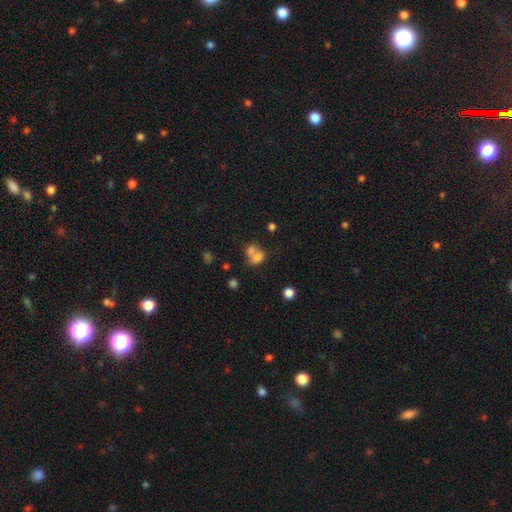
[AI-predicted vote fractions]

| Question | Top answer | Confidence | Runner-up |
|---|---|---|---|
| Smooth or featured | smooth | 72% | featured or disk (16%) |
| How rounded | in between | 57% | round (42%) |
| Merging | merger | 63% | none (24%) |